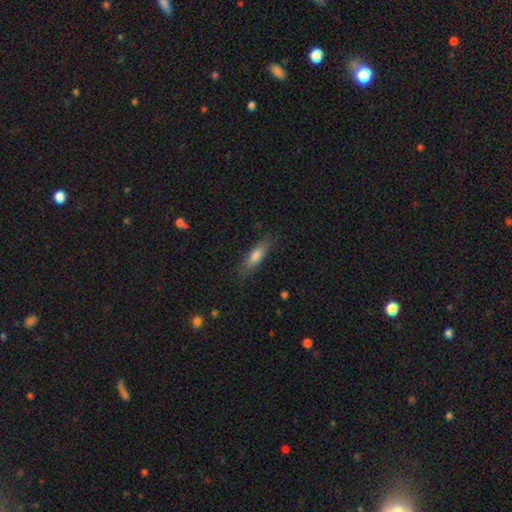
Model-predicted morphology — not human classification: Q: Smooth or featured?
A: smooth (73%); runner-up: featured or disk (20%)
Q: How rounded?
A: cigar-shaped (53%); runner-up: in between (45%)
Q: Merging?
A: none (79%); runner-up: minor disturbance (16%)